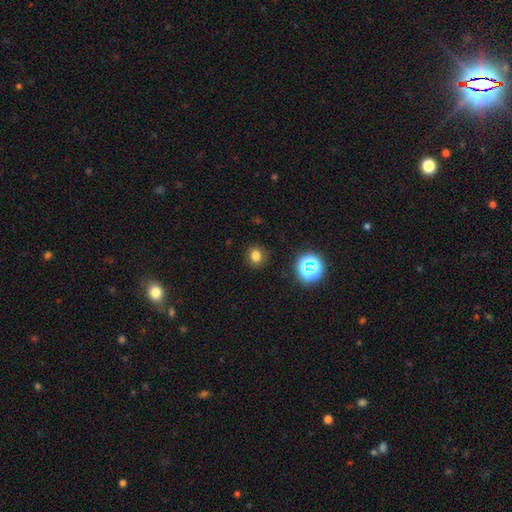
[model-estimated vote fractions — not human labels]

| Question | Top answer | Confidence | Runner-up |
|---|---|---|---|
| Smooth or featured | smooth | 75% | star or artifact (18%) |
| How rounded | round | 67% | in between (32%) |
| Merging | none | 86% | minor disturbance (9%) |